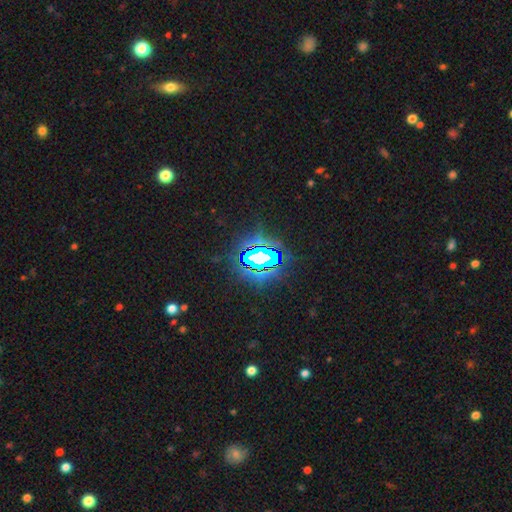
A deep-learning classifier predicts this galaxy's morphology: This is likely a star or artifact rather than a galaxy (76%).